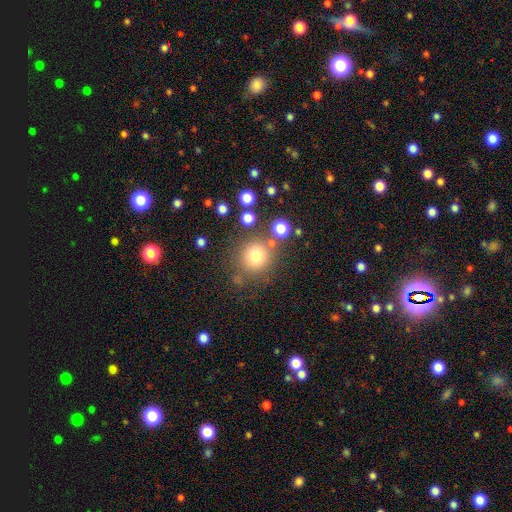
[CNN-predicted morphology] Overall: smooth (76%). How rounded: round (91%). Merging: none (77%).